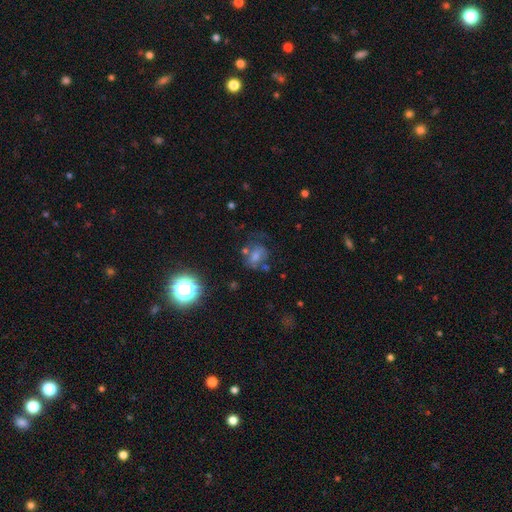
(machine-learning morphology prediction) This is marginally a smooth galaxy (39%). Merging: possibly none (56%).